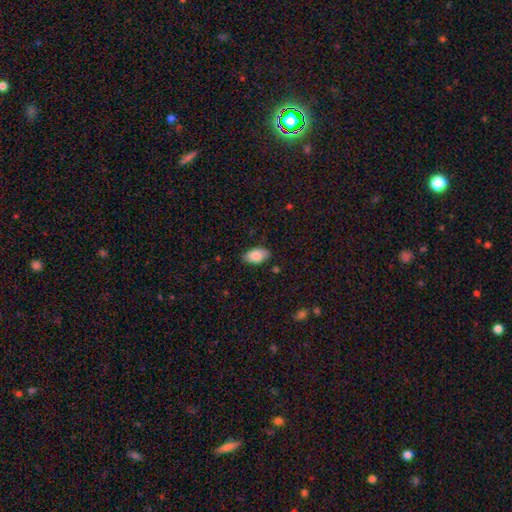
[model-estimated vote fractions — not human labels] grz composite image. It shows a smooth galaxy with no disk features (86%) that is in between round and cigar-shaped (94%). Merging: none (83%).